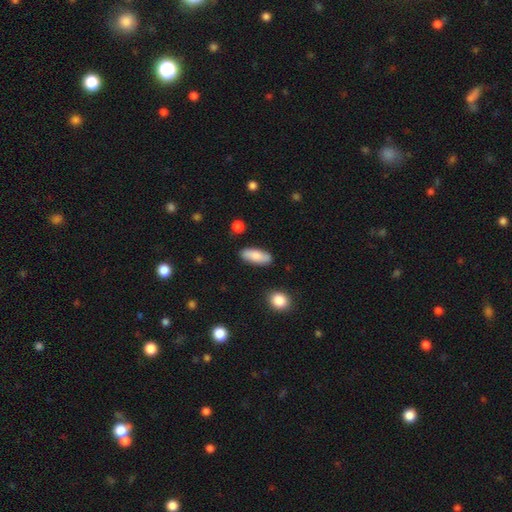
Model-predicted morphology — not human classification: This appears to be a smooth galaxy with no disk features (82%) that is in between round and cigar-shaped (78%). Merging: none (85%).